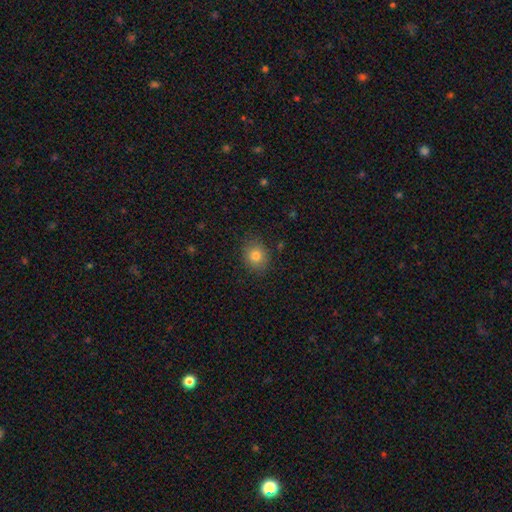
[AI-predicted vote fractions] Smooth or featured: smooth — 81% (star or artifact — 11%)
How rounded: round — 71% (in between — 28%)
Merging: none — 86% (minor disturbance — 10%)